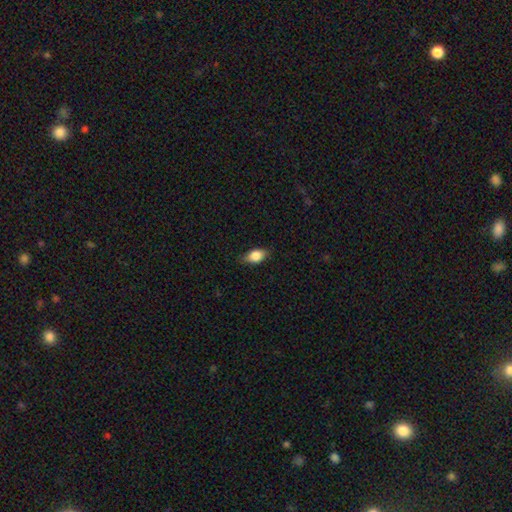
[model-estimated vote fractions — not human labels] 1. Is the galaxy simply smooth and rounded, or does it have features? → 80% smooth, 13% featured or disk, 8% star or artifact.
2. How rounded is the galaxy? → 83% in between, 11% round, 6% cigar-shaped.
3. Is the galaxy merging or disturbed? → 78% none, 18% minor disturbance, 3% major disturbance, 1% merger.